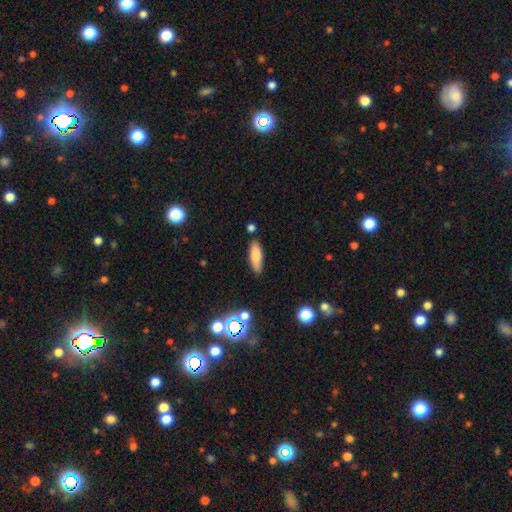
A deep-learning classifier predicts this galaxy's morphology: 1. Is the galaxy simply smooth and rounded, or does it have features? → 79% smooth, 12% featured or disk, 8% star or artifact.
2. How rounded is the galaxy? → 55% in between, 42% cigar-shaped, 2% round.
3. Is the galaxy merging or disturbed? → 81% none, 13% minor disturbance, 4% merger, 3% major disturbance.